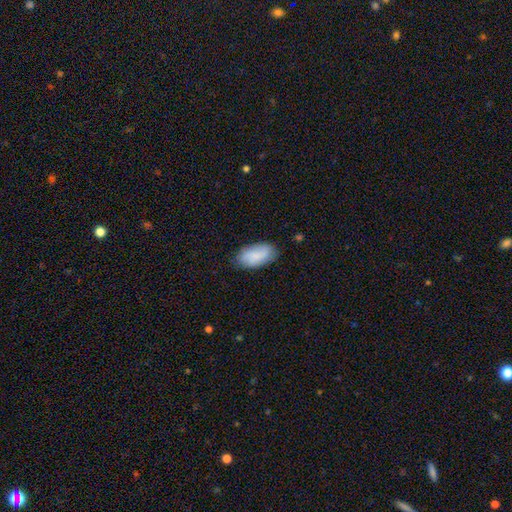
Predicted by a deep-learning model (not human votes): smooth_or_featured: smooth (p=0.78) [alt: featured or disk p=0.15]
how_rounded: in between (p=0.94) [alt: cigar-shaped p=0.03]
merging: none (p=0.80) [alt: minor disturbance p=0.16]